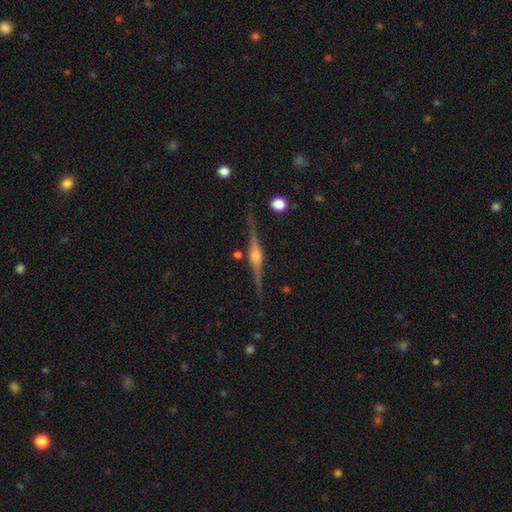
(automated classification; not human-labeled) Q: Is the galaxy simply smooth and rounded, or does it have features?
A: featured or disk — 88%.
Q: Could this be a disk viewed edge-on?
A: yes — 98%.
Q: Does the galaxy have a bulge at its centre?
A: rounded — 88%.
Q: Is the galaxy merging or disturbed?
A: none — 88%.